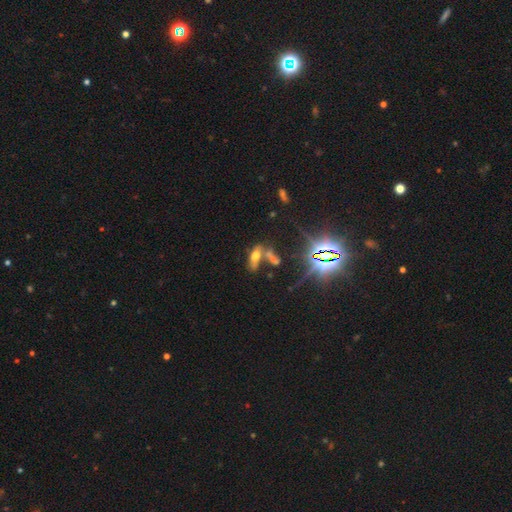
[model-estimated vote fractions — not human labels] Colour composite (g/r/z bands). It shows a smooth galaxy with no disk features (48%). Merging: merger (46%).